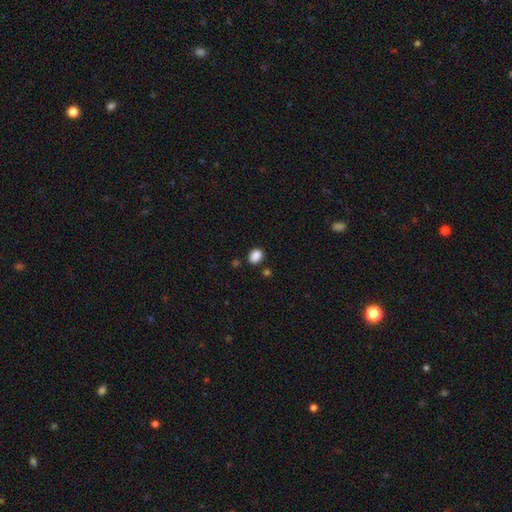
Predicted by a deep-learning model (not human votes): smooth 88%, star or artifact 10%, featured or disk 3%. Down the decision tree: how rounded — in between (55%); merging — none (83%).